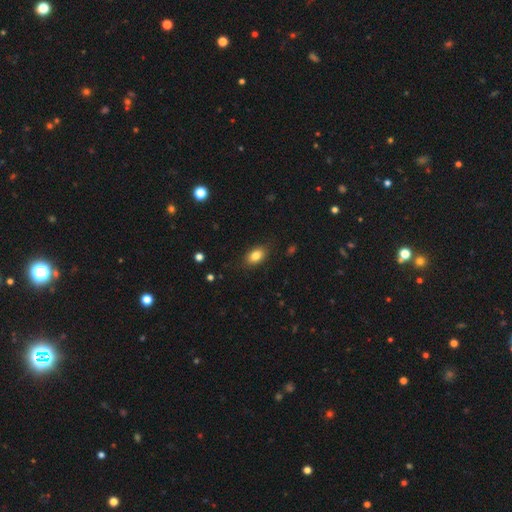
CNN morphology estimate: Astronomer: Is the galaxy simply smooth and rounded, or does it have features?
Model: smooth — 83%.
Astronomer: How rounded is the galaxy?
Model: in between — 85%.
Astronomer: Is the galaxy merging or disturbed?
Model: none — 83%.